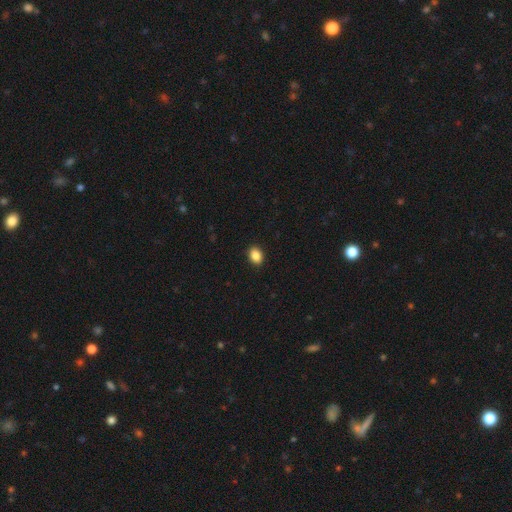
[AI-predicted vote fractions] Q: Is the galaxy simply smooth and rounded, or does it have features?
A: smooth — 88%.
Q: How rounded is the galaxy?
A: in between — 71%.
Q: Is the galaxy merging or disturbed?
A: none — 91%.